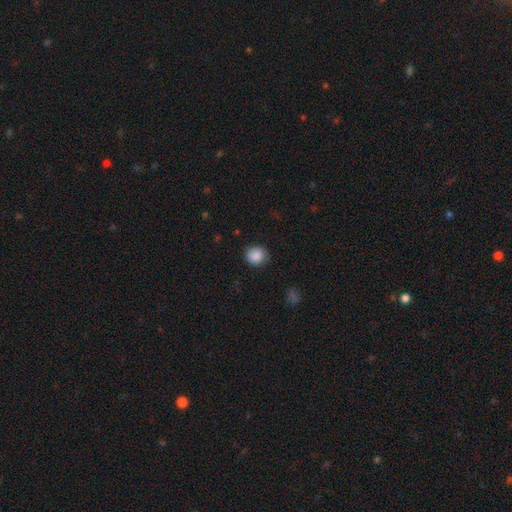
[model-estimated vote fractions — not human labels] This appears to be a smooth galaxy with no disk features (88%) that is round (86%). Merging: none (84%).